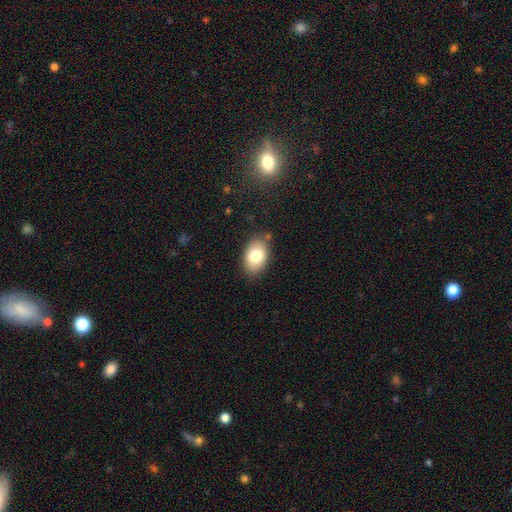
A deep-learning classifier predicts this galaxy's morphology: Smooth or featured: smooth — 79% (featured or disk — 13%)
How rounded: in between — 88% (round — 11%)
Merging: none — 83% (minor disturbance — 12%)